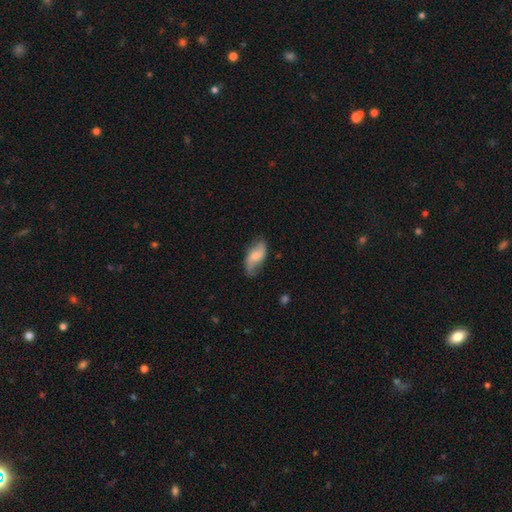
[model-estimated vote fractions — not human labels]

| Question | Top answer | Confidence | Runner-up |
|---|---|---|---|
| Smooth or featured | featured or disk | 59% | smooth (34%) |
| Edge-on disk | no | 93% | yes (7%) |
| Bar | weak | 44% | no (41%) |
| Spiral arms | yes | 90% | no (10%) |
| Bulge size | small | 41% | moderate (37%) |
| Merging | none | 73% | minor disturbance (20%) |